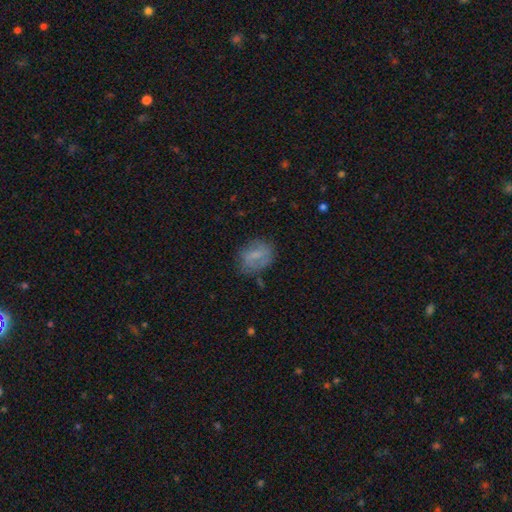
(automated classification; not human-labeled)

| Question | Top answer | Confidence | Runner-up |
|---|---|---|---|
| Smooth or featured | smooth | 58% | featured or disk (33%) |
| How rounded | in between | 63% | round (35%) |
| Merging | none | 64% | minor disturbance (23%) |